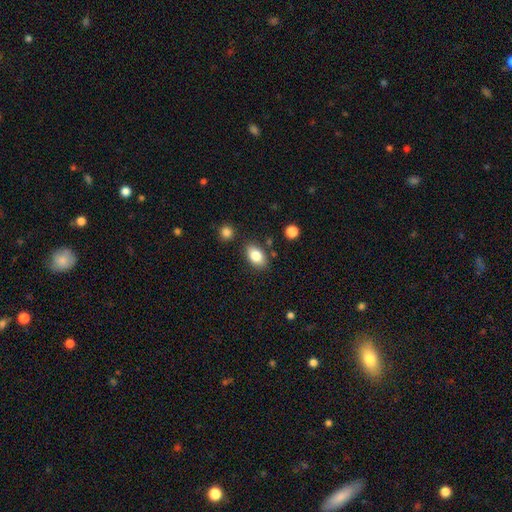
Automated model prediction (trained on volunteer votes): smooth_or_featured: smooth (p=0.83) [alt: featured or disk p=0.10]
how_rounded: in between (p=0.89) [alt: round p=0.09]
merging: none (p=0.81) [alt: minor disturbance p=0.11]